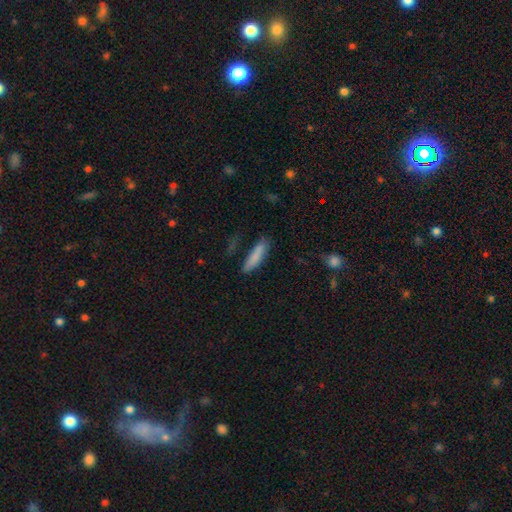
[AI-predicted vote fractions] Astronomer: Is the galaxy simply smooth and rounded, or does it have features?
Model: smooth — 83%.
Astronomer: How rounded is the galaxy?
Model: cigar-shaped — 77%.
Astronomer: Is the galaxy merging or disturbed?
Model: none — 75%.